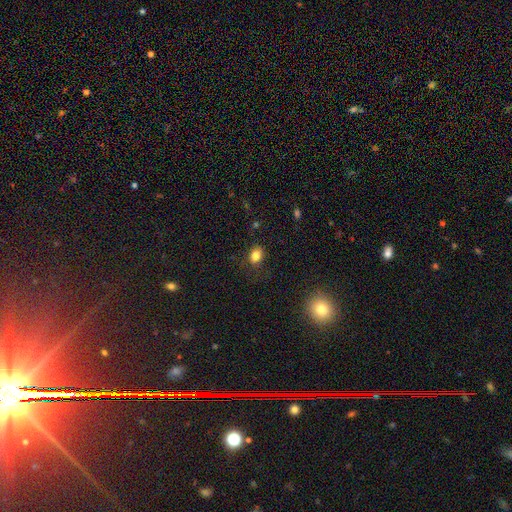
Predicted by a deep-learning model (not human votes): This appears to be a smooth galaxy with no disk features (82%) that is in between round and cigar-shaped (58%). Merging: none (80%).